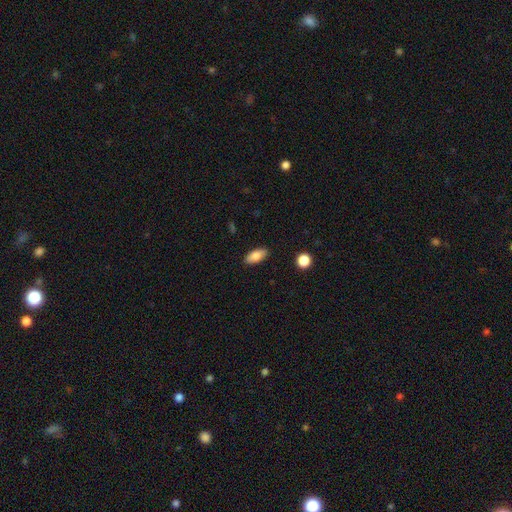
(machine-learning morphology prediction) Smooth or featured? smooth (82%)
How rounded? in between (90%)
Merging? none (88%)